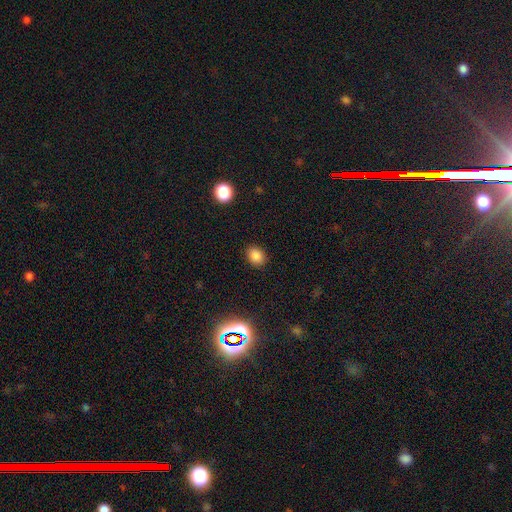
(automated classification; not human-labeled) Q: Smooth or featured?
A: smooth (83%); runner-up: star or artifact (13%)
Q: How rounded?
A: in between (52%); runner-up: round (47%)
Q: Merging?
A: none (89%); runner-up: minor disturbance (8%)